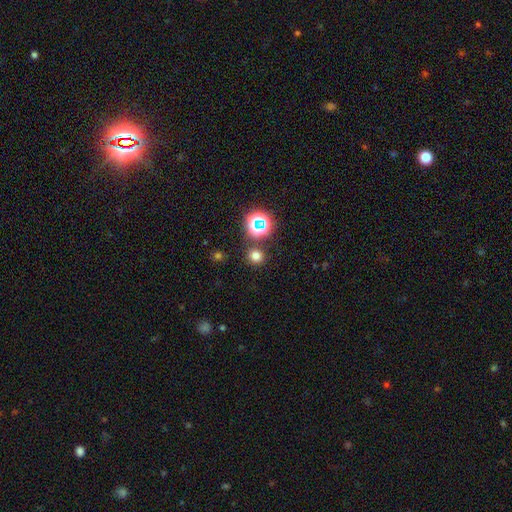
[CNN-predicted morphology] The model was most divided on "smooth or featured": smooth: 69%, star or artifact: 25%, featured or disk: 6%. More confident: how rounded — round (88%); merging — none (85%).